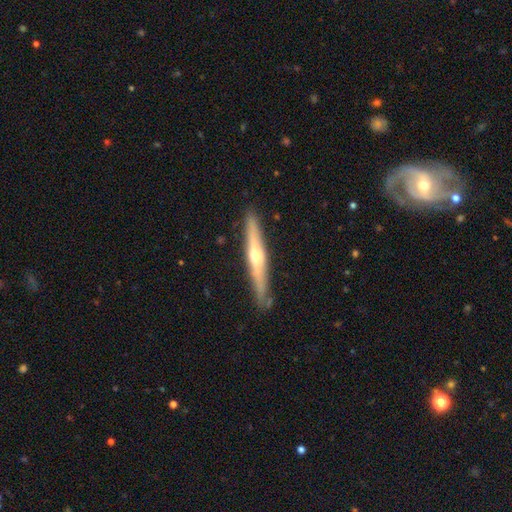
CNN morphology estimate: Overall: featured or disk (64%; smooth 31%). Edge-on disk: yes (95%). Edge-on bulge: rounded (84%). Merging: none (85%).